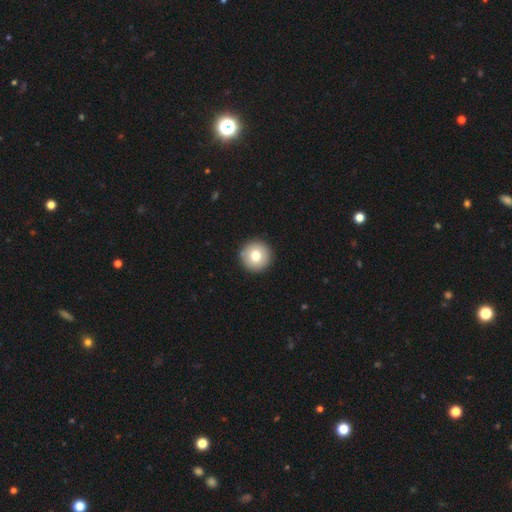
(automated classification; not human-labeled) smooth 76%, featured or disk 15%, star or artifact 9%. Down the decision tree: how rounded — round (96%); merging — none (93%).